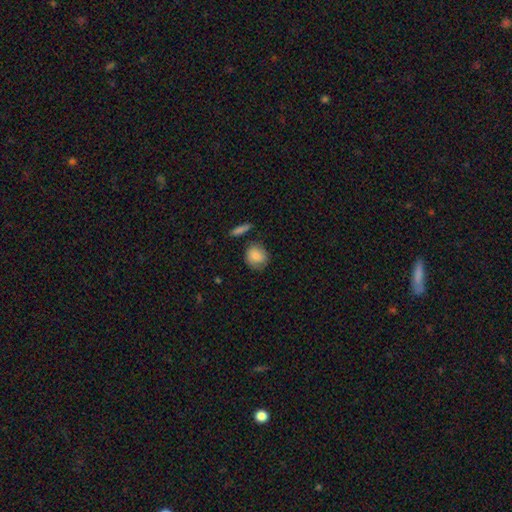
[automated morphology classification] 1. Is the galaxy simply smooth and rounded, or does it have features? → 85% smooth, 8% featured or disk, 7% star or artifact.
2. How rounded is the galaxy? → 78% round, 21% in between, 2% cigar-shaped.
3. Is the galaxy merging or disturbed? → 74% none, 17% minor disturbance, 4% merger, 4% major disturbance.